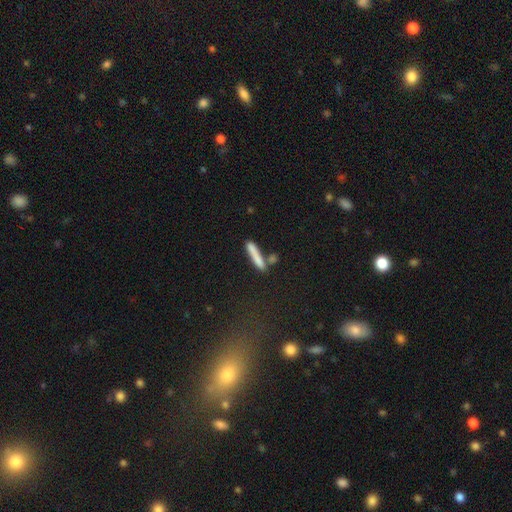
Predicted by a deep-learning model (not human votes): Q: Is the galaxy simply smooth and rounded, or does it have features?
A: smooth — 78%.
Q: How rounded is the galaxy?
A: cigar-shaped — 90%.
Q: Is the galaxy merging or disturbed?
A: none — 65%.